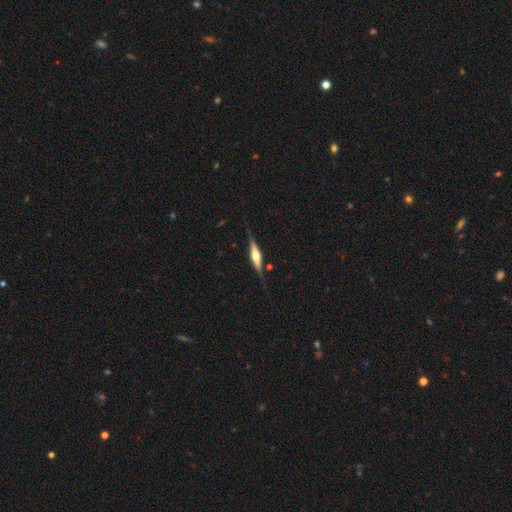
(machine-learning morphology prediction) A featured or disk galaxy (72%) viewed edge-on (97%) with a rounded central bulge (91%).

Vote fractions:
- Smooth or featured? featured or disk: 72% / smooth: 23% / star or artifact: 5%
- Edge-on disk? yes: 97% / no: 3%
- Edge-on bulge? rounded: 91% / boxy: 6% / none: 3%
- Merging? none: 80% / minor disturbance: 15% / major disturbance: 4% / merger: 2%